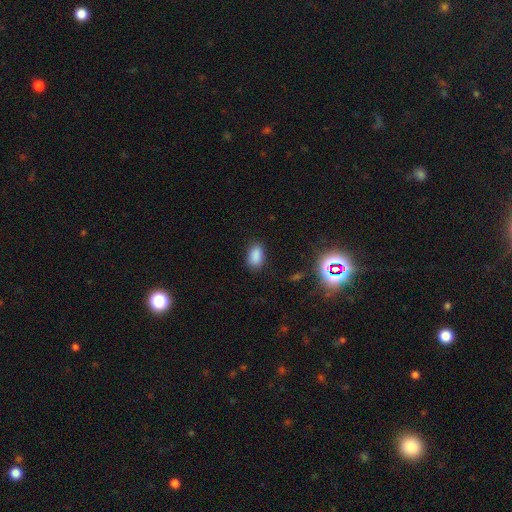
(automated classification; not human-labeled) A smooth galaxy with no disk features (85%) that is in between round and cigar-shaped (89%). Merging: none (83%).